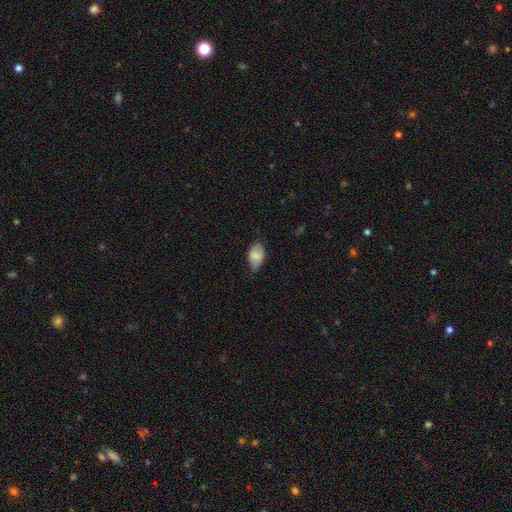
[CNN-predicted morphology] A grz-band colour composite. It shows a smooth galaxy with no disk features (73%) that is in between round and cigar-shaped (90%). Merging: none (62%).